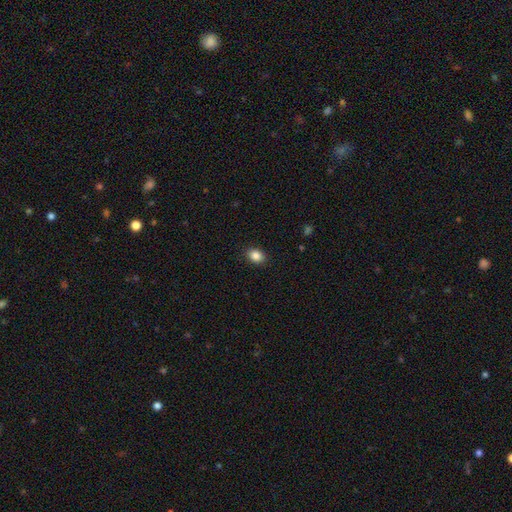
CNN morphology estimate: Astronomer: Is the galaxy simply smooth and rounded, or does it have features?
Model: smooth — 86%.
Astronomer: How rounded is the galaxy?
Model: in between — 66%.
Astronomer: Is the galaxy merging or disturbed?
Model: none — 89%.